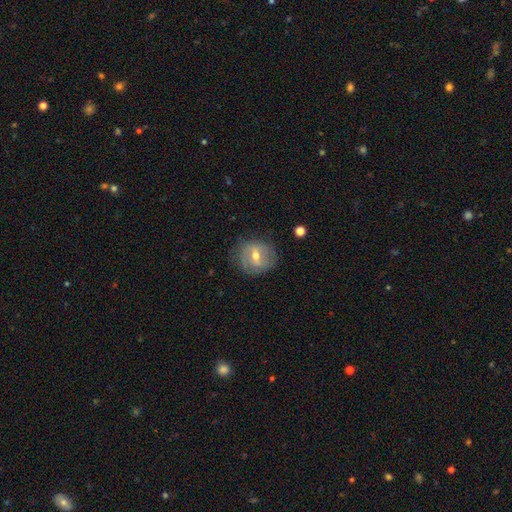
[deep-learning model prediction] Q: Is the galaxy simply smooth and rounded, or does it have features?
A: featured or disk — 61%.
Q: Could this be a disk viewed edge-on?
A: no — 94%.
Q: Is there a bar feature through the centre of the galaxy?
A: weak — 51%.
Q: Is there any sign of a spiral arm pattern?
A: yes — 60%.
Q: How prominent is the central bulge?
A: moderate — 67%.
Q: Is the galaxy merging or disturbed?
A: none — 74%.